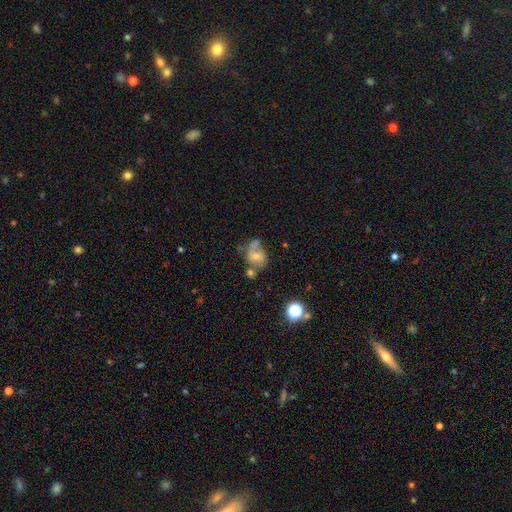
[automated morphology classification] Overall: featured or disk (55%; smooth 35%). Edge-on disk: no (97%). Bar: no (61%; weak 32%). Spiral arms: yes (77%). Bulge size: small (51%; moderate 38%). Merging: none (34%; minor disturbance 24%).